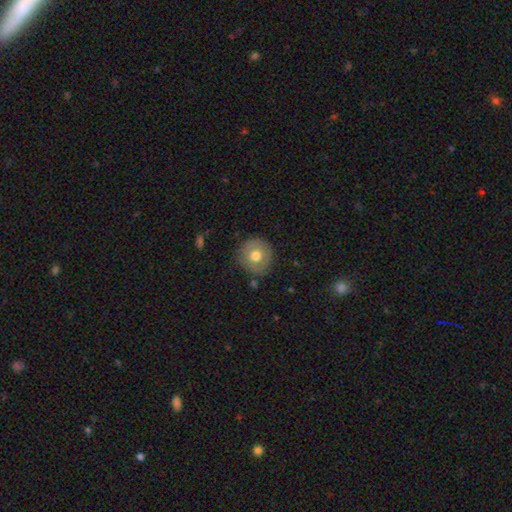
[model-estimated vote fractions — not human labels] Overall: smooth (69%). How rounded: round (93%). Merging: none (85%).